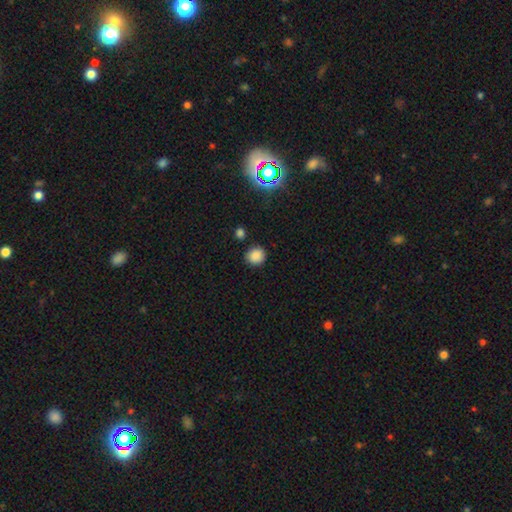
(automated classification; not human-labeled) Smooth or featured? smooth (84%)
How rounded? round (91%)
Merging? none (86%)